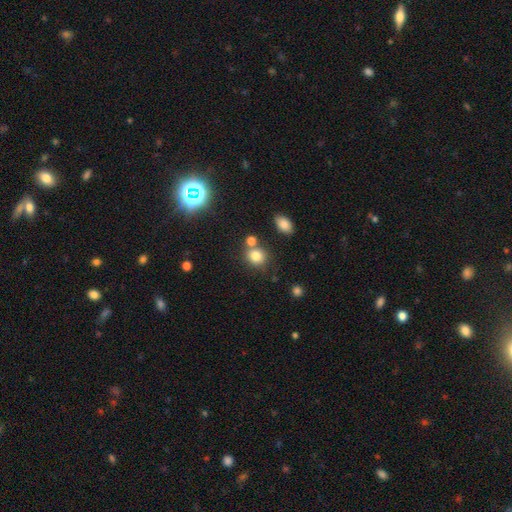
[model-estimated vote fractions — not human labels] The model was most divided on "merging": none: 67%, merger: 18%, minor disturbance: 11%, major disturbance: 4%. More confident: smooth or featured — smooth (79%); how rounded — round (75%).